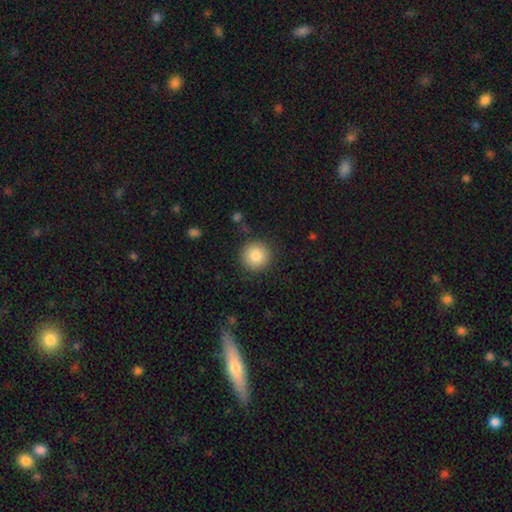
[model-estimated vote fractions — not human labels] This appears to be a smooth galaxy with no disk features (85%) that is round (95%). Merging: none (90%).